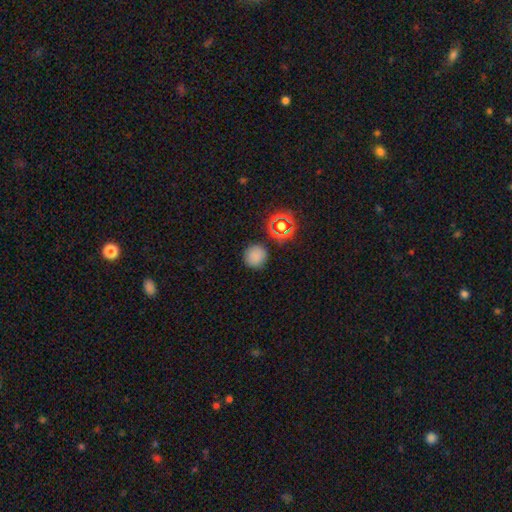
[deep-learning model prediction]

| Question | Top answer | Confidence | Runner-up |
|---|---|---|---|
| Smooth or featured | smooth | 79% | star or artifact (17%) |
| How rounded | round | 93% | in between (6%) |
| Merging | none | 87% | minor disturbance (8%) |